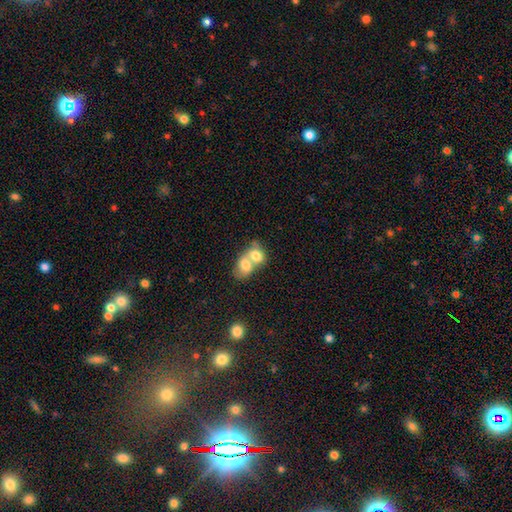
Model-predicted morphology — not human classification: smooth_or_featured: smooth (p=0.73) [alt: featured or disk p=0.19]
how_rounded: in between (p=0.55) [alt: round p=0.44]
merging: merger (p=0.78) [alt: none p=0.14]